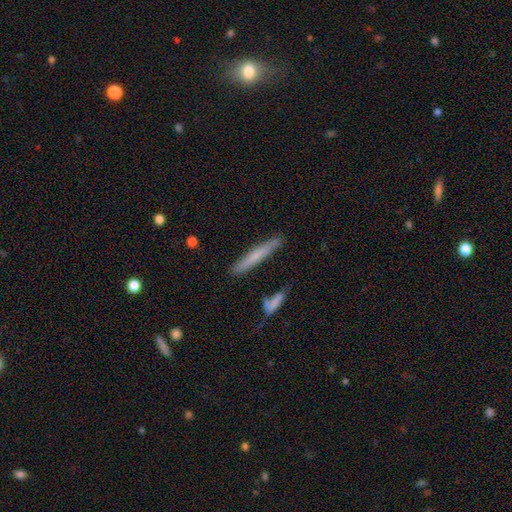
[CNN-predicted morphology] smooth 63%, featured or disk 31%, star or artifact 6%. Down the decision tree: how rounded — cigar-shaped (94%); merging — none (85%).